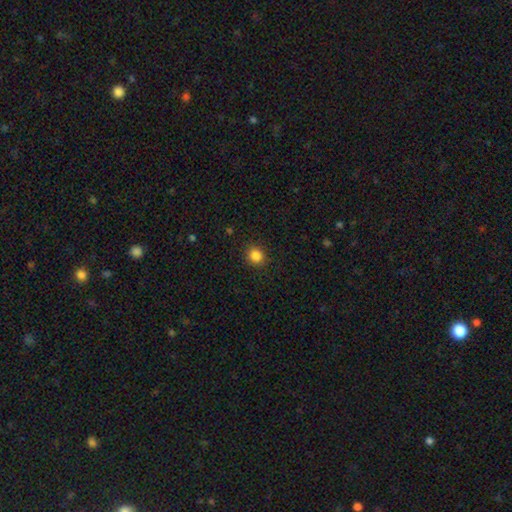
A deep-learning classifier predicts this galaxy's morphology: type=smooth (86%); roundness=round (85%); merging=none (90%).